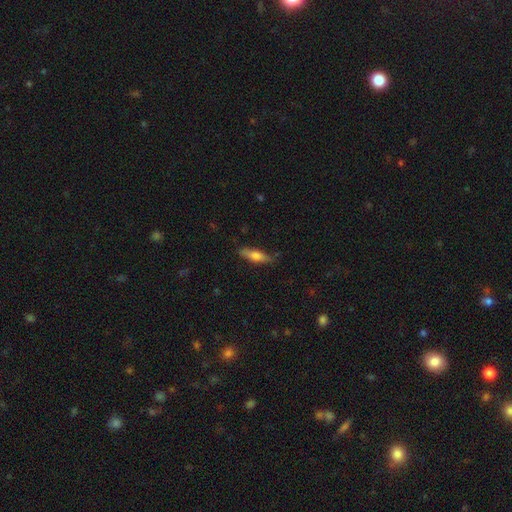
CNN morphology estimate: Smooth or featured? Predicted: smooth (p=0.65). How rounded? Predicted: cigar-shaped (p=0.63). Merging? Predicted: none (p=0.80).